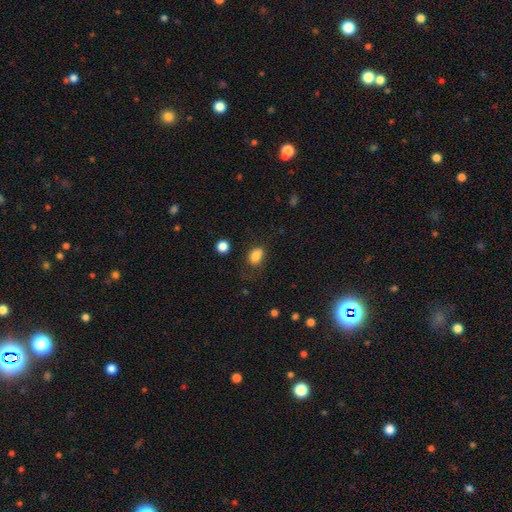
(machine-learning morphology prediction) Smooth or featured? smooth (83%)
How rounded? in between (72%)
Merging? none (59%)